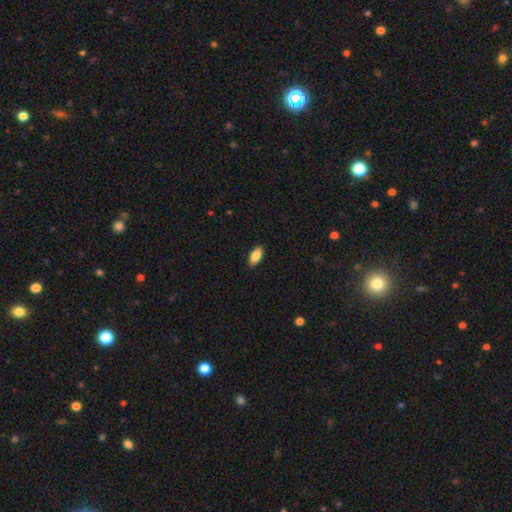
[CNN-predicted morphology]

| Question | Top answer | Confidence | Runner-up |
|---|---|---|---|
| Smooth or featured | smooth | 85% | featured or disk (8%) |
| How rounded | in between | 90% | cigar-shaped (8%) |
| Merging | none | 87% | minor disturbance (10%) |